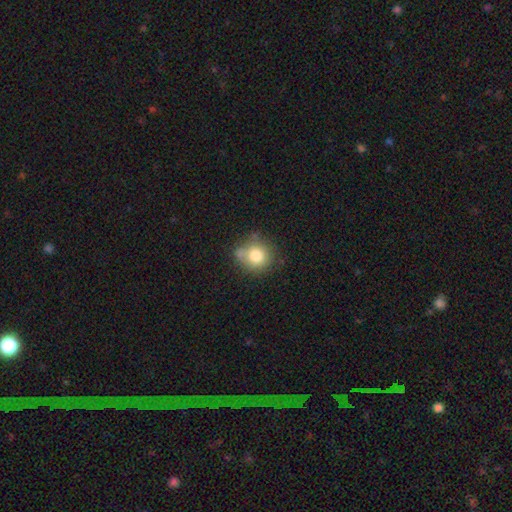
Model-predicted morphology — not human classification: type=smooth (79%); roundness=round (85%); merging=none (58%).